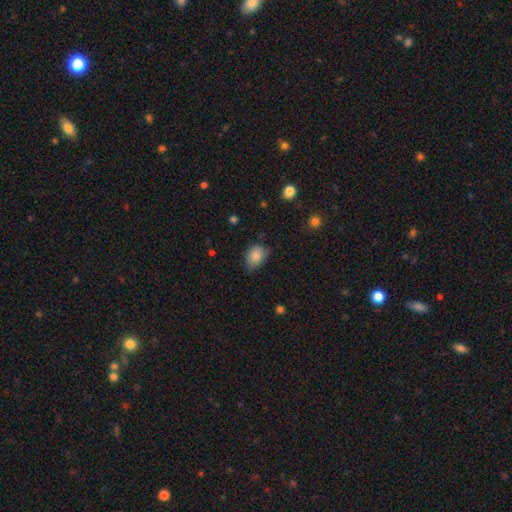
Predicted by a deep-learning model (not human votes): Smooth or featured? smooth (84%)
How rounded? in between (65%)
Merging? none (54%)